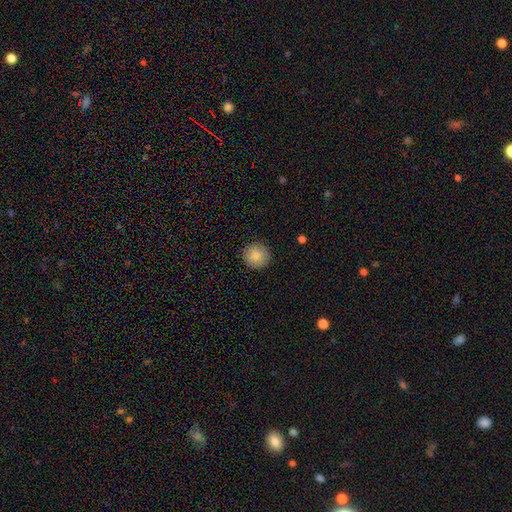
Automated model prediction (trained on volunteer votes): This is clearly a smooth galaxy (85%). How rounded: clearly round (94%). Merging: clearly none (90%).